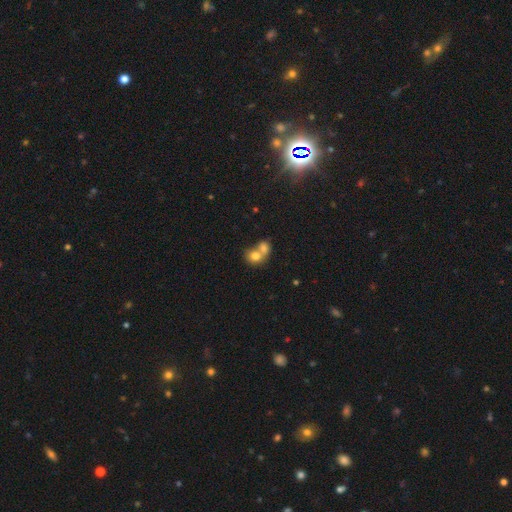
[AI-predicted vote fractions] A smooth galaxy with no disk features (75%) that is round (66%).

Vote fractions:
- Smooth or featured? smooth: 75% / featured or disk: 16% / star or artifact: 9%
- How rounded? round: 66% / in between: 33% / cigar-shaped: 1%
- Merging? merger: 70% / none: 22% / minor disturbance: 5% / major disturbance: 3%